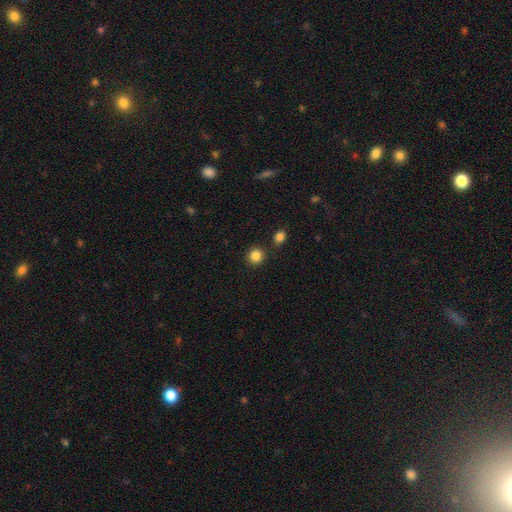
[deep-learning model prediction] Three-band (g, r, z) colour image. It shows a smooth galaxy with no disk features (85%) that is round (90%). Merging: none (86%).